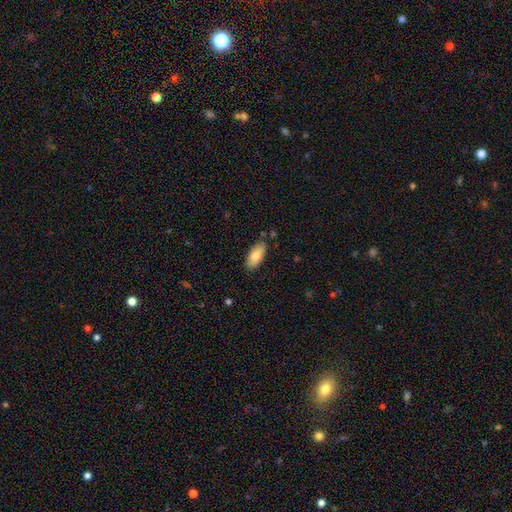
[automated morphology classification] smooth 82%, featured or disk 12%, star or artifact 6%. Down the decision tree: how rounded — in between (84%); merging — none (83%).